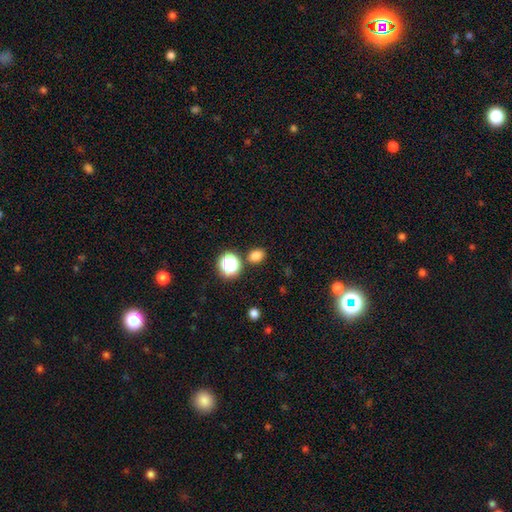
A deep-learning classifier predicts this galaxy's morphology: smooth-or-featured: smooth: 78% | star or artifact: 18% | featured or disk: 5%
  how-rounded: round: 57% | in between: 42% | cigar-shaped: 1%
  merging: none: 81% | minor disturbance: 10% | merger: 6% | major disturbance: 3%